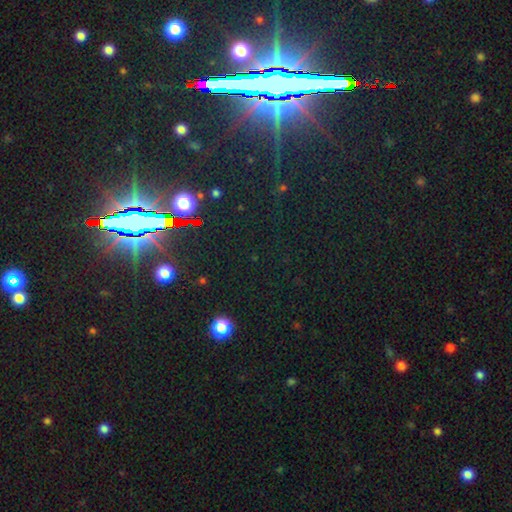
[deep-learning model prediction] smooth-or-featured: star or artifact: 80% | featured or disk: 10% | smooth: 10%